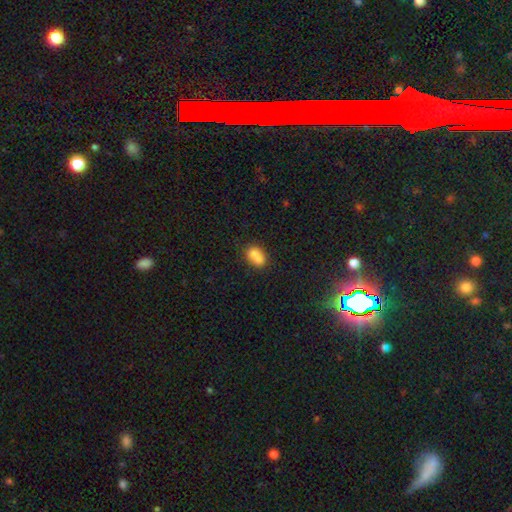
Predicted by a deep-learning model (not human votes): Q: Smooth or featured?
A: smooth (70%); runner-up: featured or disk (20%)
Q: How rounded?
A: round (53%); runner-up: in between (46%)
Q: Merging?
A: merger (65%); runner-up: none (24%)